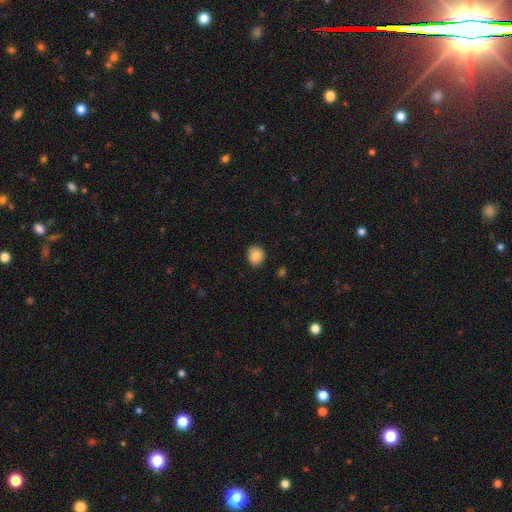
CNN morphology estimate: smooth-or-featured: smooth: 87% | star or artifact: 9% | featured or disk: 5%
  how-rounded: round: 79% | in between: 20% | cigar-shaped: 1%
  merging: none: 87% | minor disturbance: 10% | major disturbance: 2% | merger: 1%